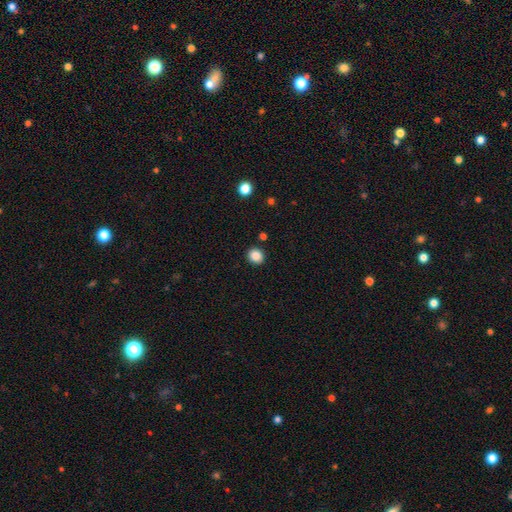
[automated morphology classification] Overall: smooth (87%). How rounded: round (76%). Merging: none (89%).